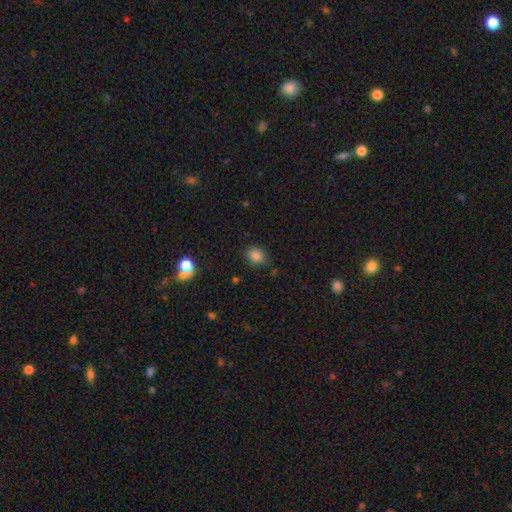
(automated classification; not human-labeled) This is clearly a smooth galaxy (84%). How rounded: possibly round (52%). Merging: clearly none (82%).